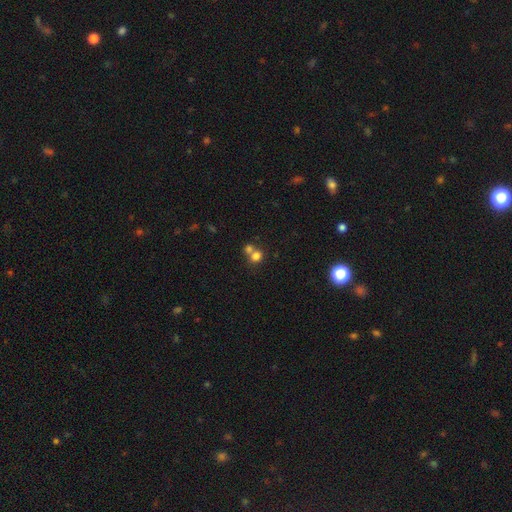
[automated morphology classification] Smooth or featured? Predicted: smooth (p=0.76). How rounded? Predicted: round (p=0.72). Merging? Predicted: merger (p=0.50).